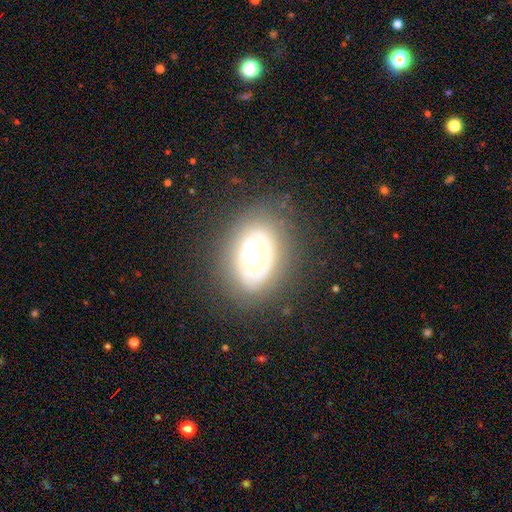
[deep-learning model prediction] Q: Smooth or featured?
A: featured or disk (62%); runner-up: smooth (31%)
Q: Edge-on disk?
A: no (93%); runner-up: yes (7%)
Q: Bar?
A: no (87%); runner-up: weak (9%)
Q: Spiral arms?
A: no (70%); runner-up: yes (30%)
Q: Bulge size?
A: moderate (58%); runner-up: large (29%)
Q: Merging?
A: none (76%); runner-up: minor disturbance (15%)